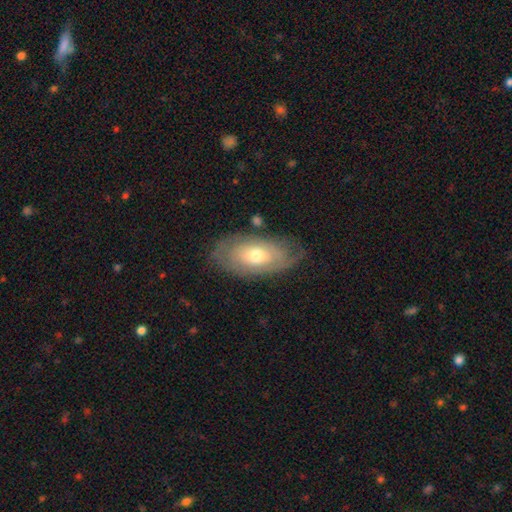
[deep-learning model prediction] The model was most divided on "smooth or featured": featured or disk: 50%, smooth: 44%, star or artifact: 6%. More confident: merging — none (71%).